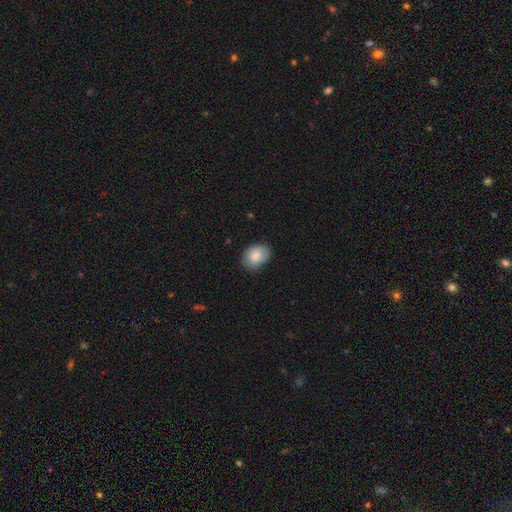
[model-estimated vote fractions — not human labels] Smooth or featured: smooth — 85% (featured or disk — 8%)
How rounded: in between — 77% (round — 22%)
Merging: none — 81% (minor disturbance — 15%)